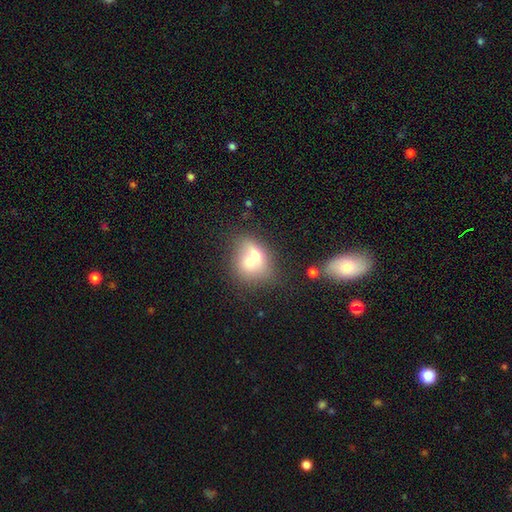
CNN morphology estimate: This is likely a smooth galaxy (62%). How rounded: possibly round (56%). Merging: likely merger (65%).